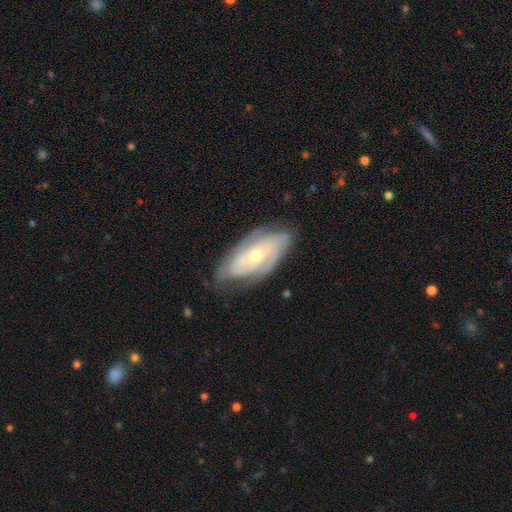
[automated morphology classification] Smooth or featured? featured or disk (75%)
Edge-on disk? no (90%)
Bar? no (73%)
Spiral arms? yes (82%)
Spiral winding? tight (62%)
Spiral arm count? can't tell (39%)
Bulge size? moderate (49%)
Merging? none (70%)